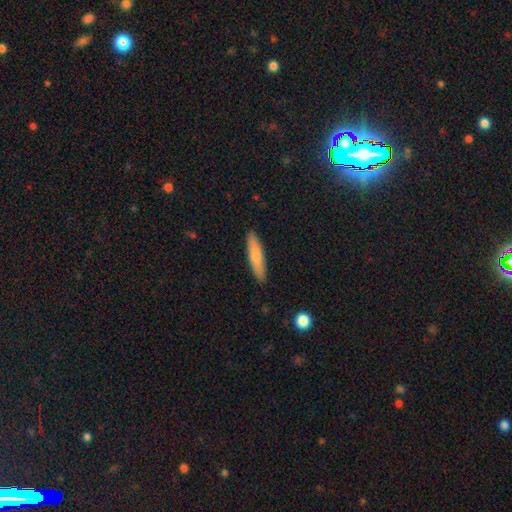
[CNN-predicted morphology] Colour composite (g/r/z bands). It shows a smooth galaxy with no disk features (70%) that is cigar-shaped (81%). Merging: none (90%).